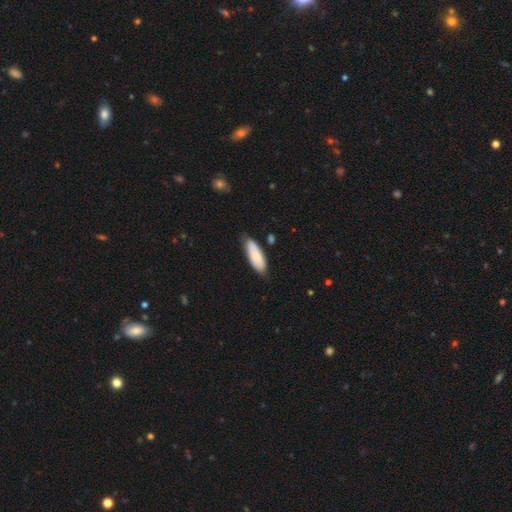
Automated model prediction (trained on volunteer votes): This is likely a smooth galaxy (70%). How rounded: likely in between (69%). Merging: likely none (72%).